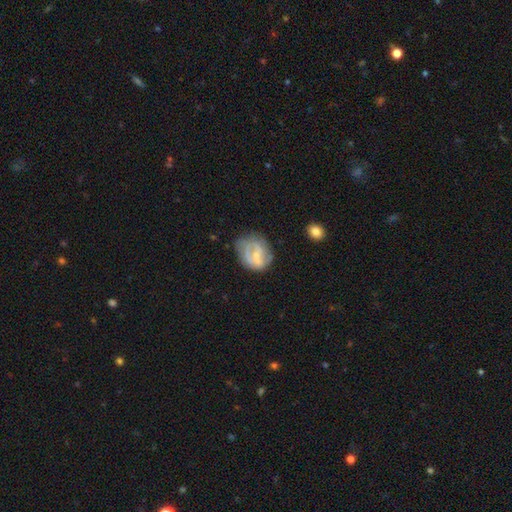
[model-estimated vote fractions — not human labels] smooth-or-featured: featured or disk: 56% | smooth: 36% | star or artifact: 8%
  disk-edge-on: no: 97% | yes: 3%
    bar: weak: 42% | no: 39% | strong: 19%
    has-spiral-arms: yes: 55% | no: 45%
    bulge-size: small: 49% | none: 26% | moderate: 22% | large: 2% | dominant: 1%
  merging: none: 49% | minor disturbance: 28% | major disturbance: 20% | merger: 3%